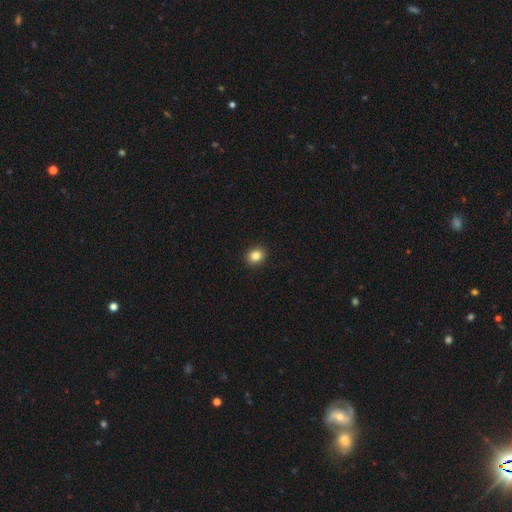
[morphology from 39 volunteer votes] Overall: smooth (85%). How rounded: round (67%; in between 33%). Merging: none (94%).